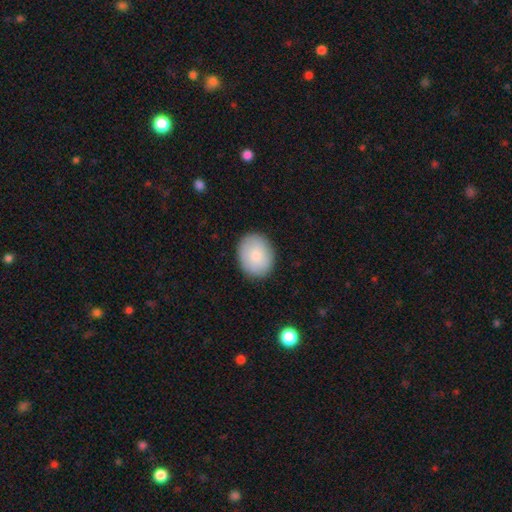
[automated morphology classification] Q: Smooth or featured?
A: smooth (83%); runner-up: featured or disk (11%)
Q: How rounded?
A: in between (55%); runner-up: round (44%)
Q: Merging?
A: none (87%); runner-up: minor disturbance (10%)